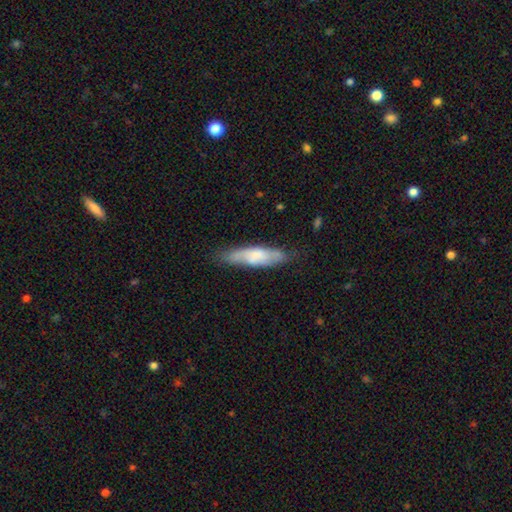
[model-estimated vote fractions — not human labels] This appears to be a smooth galaxy with no disk features (60%) that is cigar-shaped (64%). Merging: none (68%).